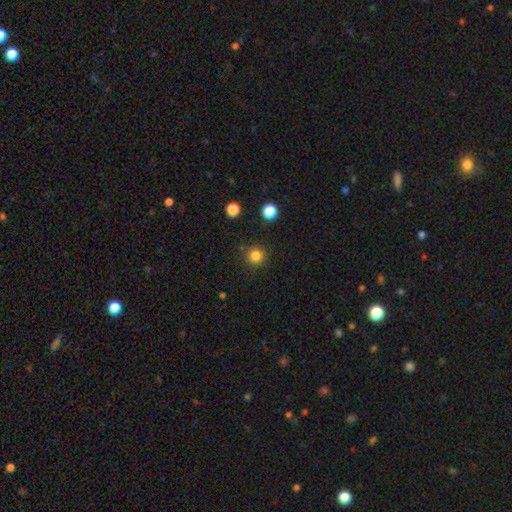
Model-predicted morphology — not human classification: Q: Smooth or featured?
A: smooth (83%); runner-up: star or artifact (13%)
Q: How rounded?
A: round (94%); runner-up: in between (5%)
Q: Merging?
A: none (86%); runner-up: minor disturbance (9%)